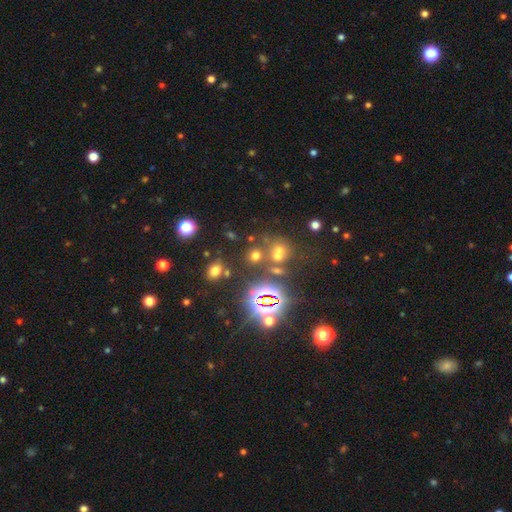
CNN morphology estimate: Smooth or featured? Predicted: smooth (p=0.50). Merging? Predicted: none (p=0.63).